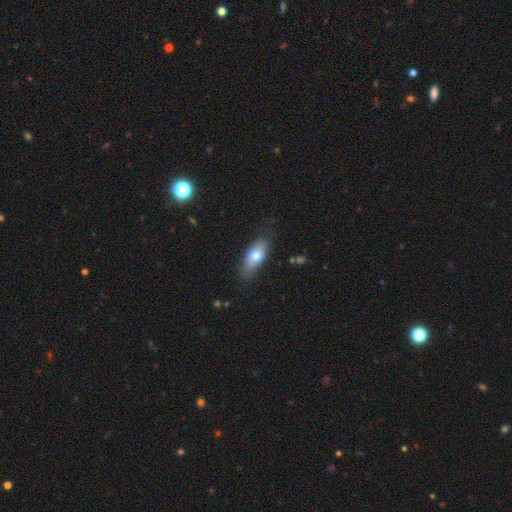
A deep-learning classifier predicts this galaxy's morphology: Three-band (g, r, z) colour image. It shows a smooth galaxy with no disk features (73%) that is in between round and cigar-shaped (76%). Merging: none (75%).